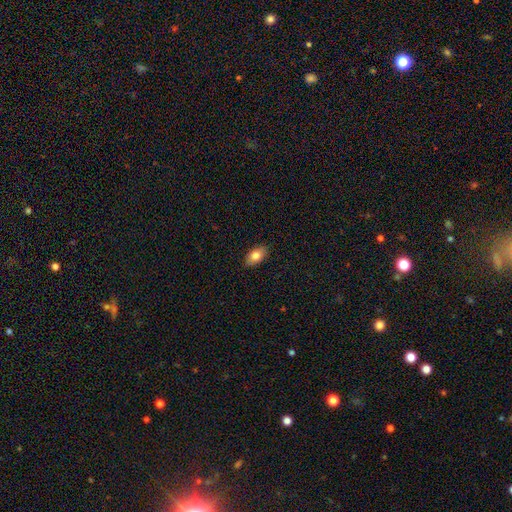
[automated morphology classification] Smooth or featured: smooth — 82% (featured or disk — 11%)
How rounded: in between — 91% (round — 6%)
Merging: none — 88% (minor disturbance — 9%)